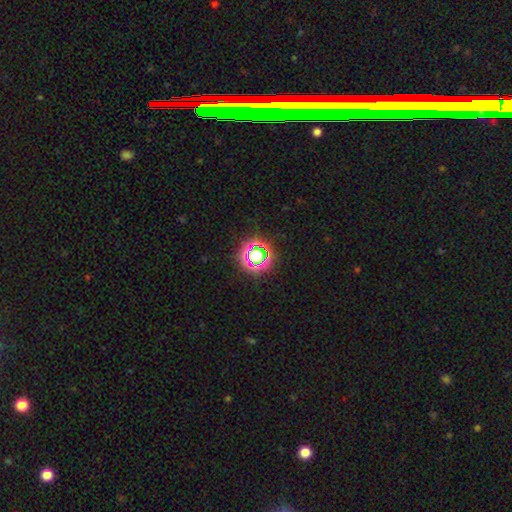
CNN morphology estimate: smooth_or_featured: star or artifact (p=0.60) [alt: smooth p=0.29]